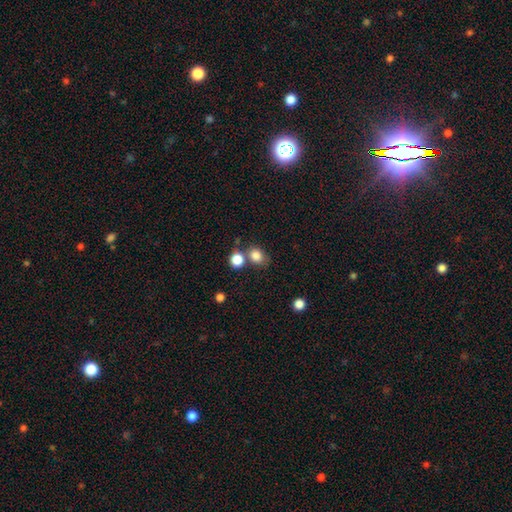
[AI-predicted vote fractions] The model was most divided on "how rounded": round: 61%, in between: 38%, cigar-shaped: 1%. More confident: smooth or featured — smooth (83%); merging — none (60%).